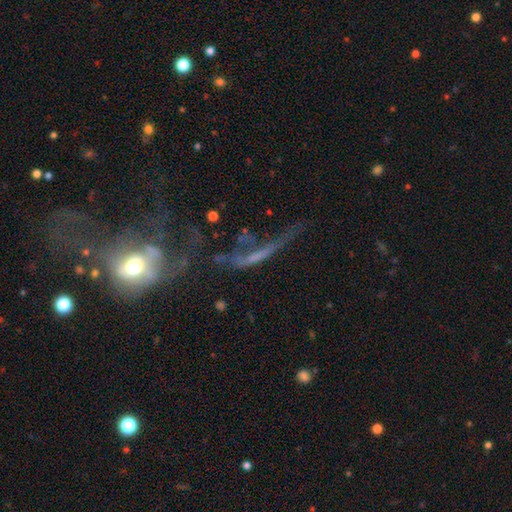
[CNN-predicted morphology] Smooth or featured?
  - featured or disk: 50% *
  - smooth: 29%
  - star or artifact: 22%
Merging?
  - major disturbance: 43% *
  - none: 26%
  - merger: 17%
  - minor disturbance: 14%